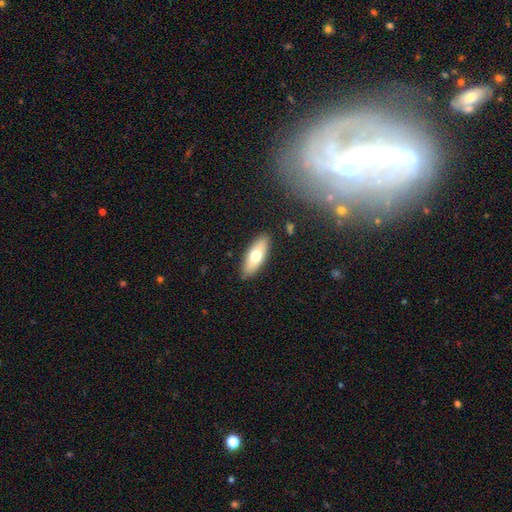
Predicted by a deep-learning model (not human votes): Q: Smooth or featured?
A: smooth (66%); runner-up: featured or disk (27%)
Q: How rounded?
A: in between (73%); runner-up: cigar-shaped (24%)
Q: Merging?
A: none (88%); runner-up: minor disturbance (9%)